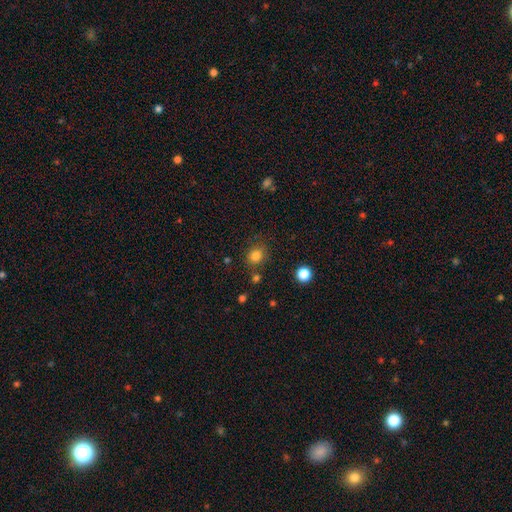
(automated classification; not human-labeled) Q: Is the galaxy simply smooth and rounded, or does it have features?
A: smooth — 82%.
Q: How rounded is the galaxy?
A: round — 78%.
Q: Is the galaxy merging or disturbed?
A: none — 80%.